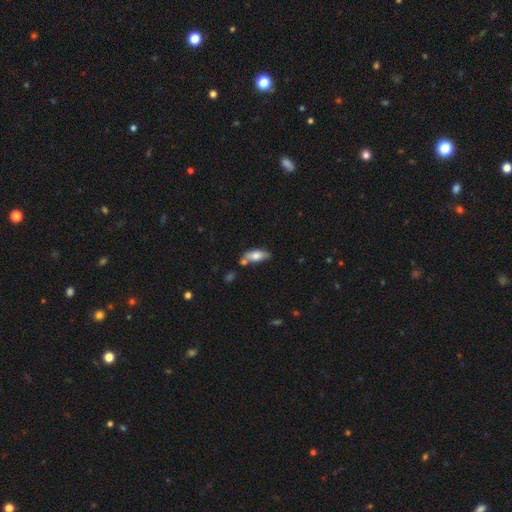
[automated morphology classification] Smooth or featured? smooth (70%)
How rounded? in between (75%)
Merging? none (55%)